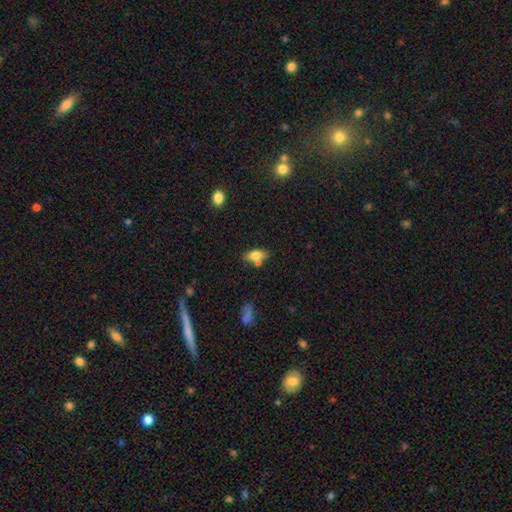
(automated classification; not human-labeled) Smooth or featured?
  - smooth: 77% *
  - featured or disk: 15%
  - star or artifact: 8%
How rounded?
  - in between: 86% *
  - cigar-shaped: 10%
  - round: 5%
Merging?
  - none: 60% *
  - merger: 21%
  - minor disturbance: 15%
  - major disturbance: 4%